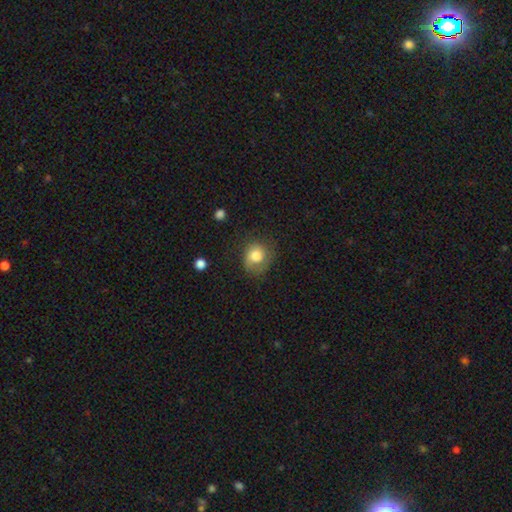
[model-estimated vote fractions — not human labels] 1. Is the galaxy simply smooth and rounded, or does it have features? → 76% smooth, 16% featured or disk, 9% star or artifact.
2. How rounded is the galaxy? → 72% round, 27% in between, 1% cigar-shaped.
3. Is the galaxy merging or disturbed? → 58% none, 26% minor disturbance, 14% major disturbance, 2% merger.